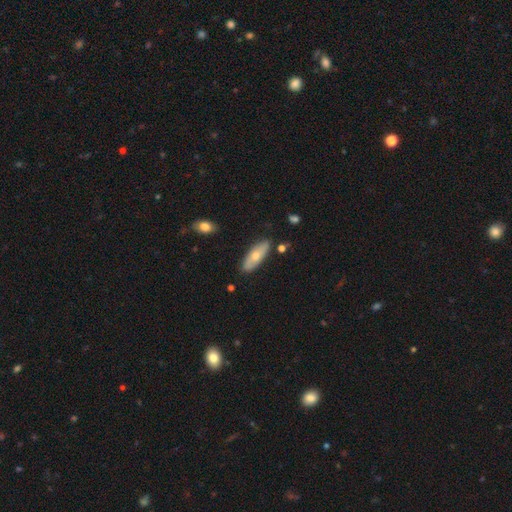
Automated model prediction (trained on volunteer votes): The model was most divided on "smooth or featured": smooth: 61%, featured or disk: 33%, star or artifact: 6%. More confident: merging — none (84%); how rounded — in between (65%).